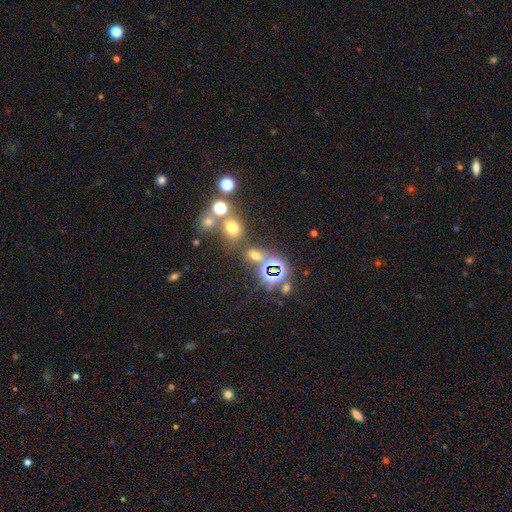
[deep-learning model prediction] smooth-or-featured: smooth: 48% | star or artifact: 42% | featured or disk: 10%
  merging: none: 65% | merger: 19% | minor disturbance: 10% | major disturbance: 6%